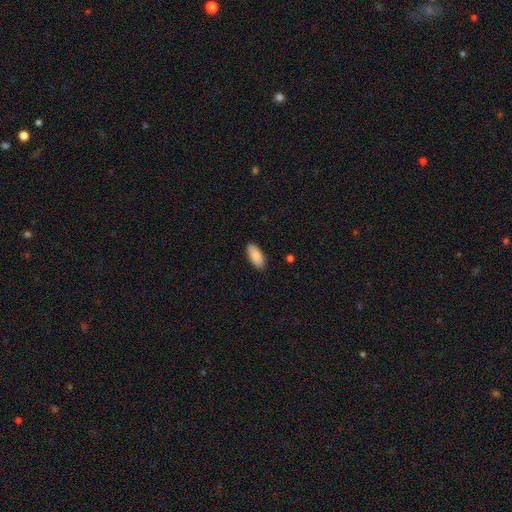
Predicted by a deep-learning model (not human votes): smooth 88%, star or artifact 6%, featured or disk 6%. Down the decision tree: how rounded — in between (91%); merging — none (88%).